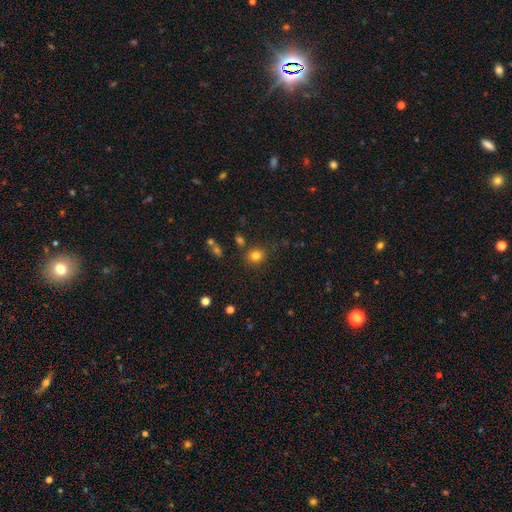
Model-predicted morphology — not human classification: type=smooth (80%); roundness=round (77%); merging=none (78%).